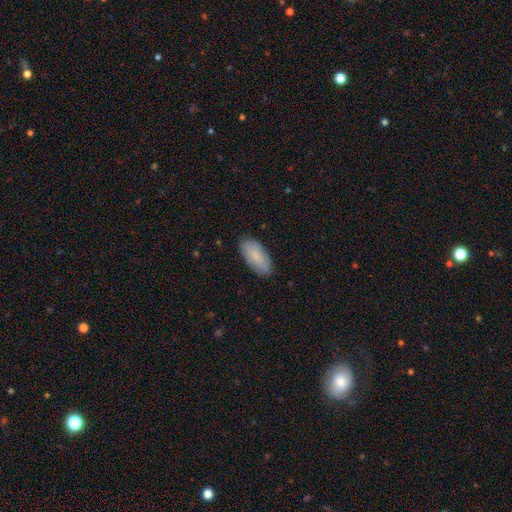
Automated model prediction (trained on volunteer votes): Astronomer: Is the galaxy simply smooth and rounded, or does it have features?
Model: smooth — 83%.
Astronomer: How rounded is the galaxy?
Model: in between — 91%.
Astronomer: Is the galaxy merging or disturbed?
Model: none — 87%.